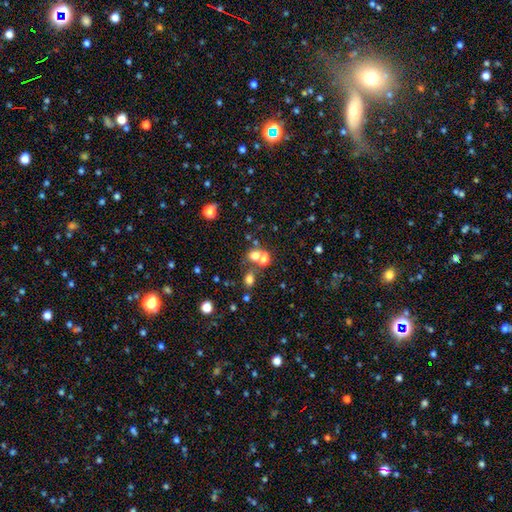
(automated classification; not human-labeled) A smooth galaxy with no disk features (64%) that is round (67%). Merging: merger (48%).